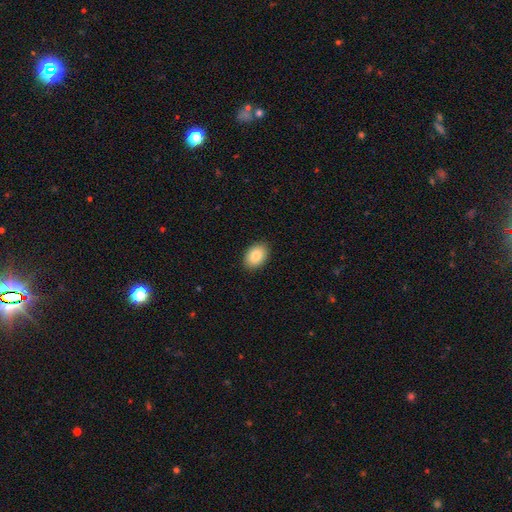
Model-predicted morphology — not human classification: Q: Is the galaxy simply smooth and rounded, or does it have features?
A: smooth — 86%.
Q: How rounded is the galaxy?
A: in between — 85%.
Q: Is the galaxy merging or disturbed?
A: none — 90%.